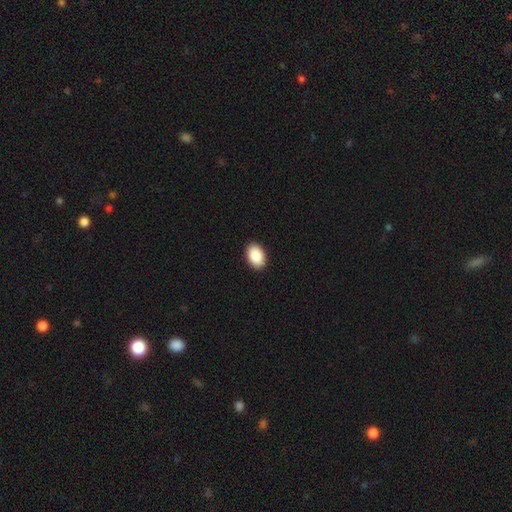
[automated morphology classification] Smooth or featured: smooth — 91% (star or artifact — 6%)
How rounded: in between — 88% (round — 11%)
Merging: none — 92% (minor disturbance — 6%)